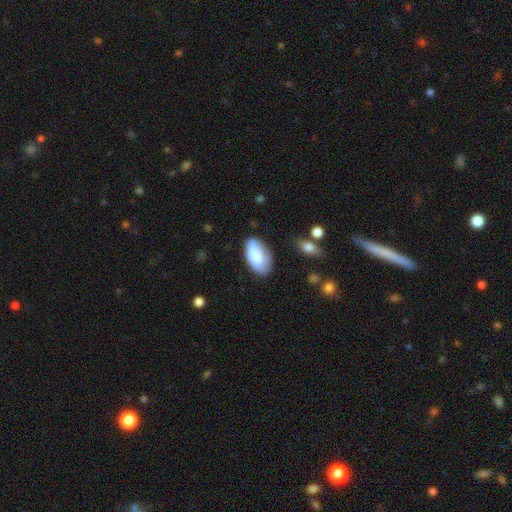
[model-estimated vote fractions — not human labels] The model was most divided on "merging": none: 67%, minor disturbance: 24%, major disturbance: 6%, merger: 3%. More confident: how rounded — in between (94%); smooth or featured — smooth (80%).